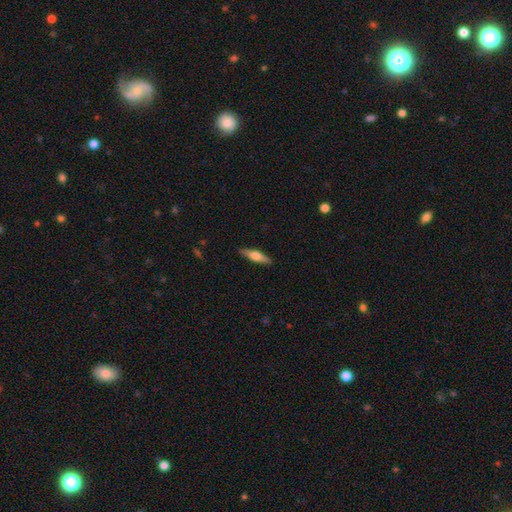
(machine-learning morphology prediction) This appears to be a featured or disk galaxy (53%) viewed edge-on (95%) with a rounded central bulge (89%). Merging: none (89%).